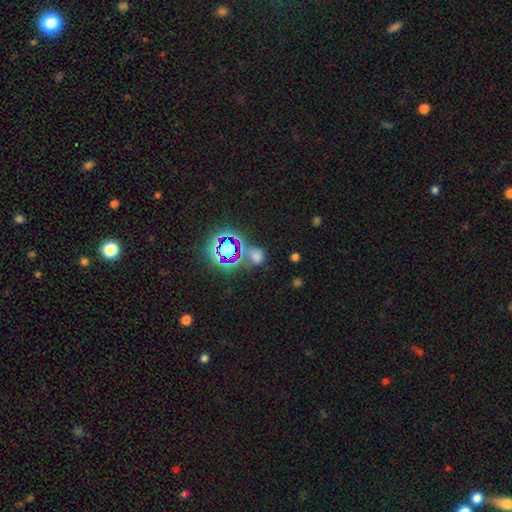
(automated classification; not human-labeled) This is possibly a smooth galaxy (51%). How rounded: likely round (76%). Merging: likely none (61%).